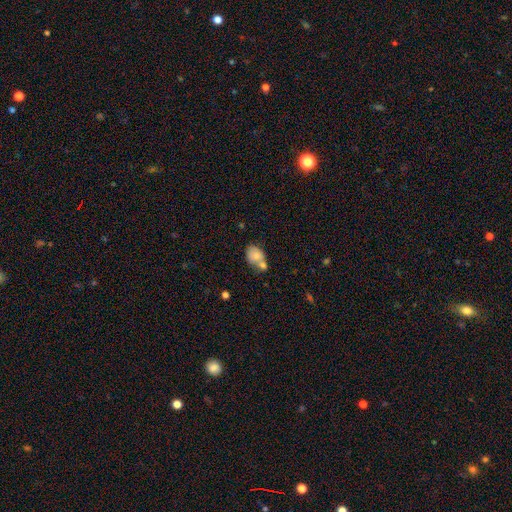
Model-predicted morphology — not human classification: A smooth galaxy with no disk features (75%) that is in between round and cigar-shaped (64%). Merging: merger (43%).